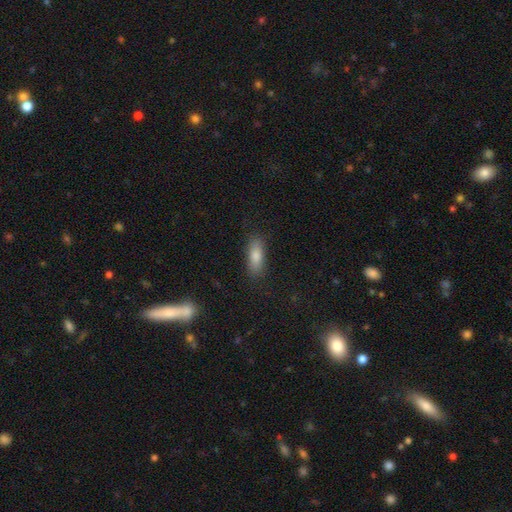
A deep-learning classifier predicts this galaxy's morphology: A smooth galaxy with no disk features (79%) that is in between round and cigar-shaped (61%).

Vote fractions:
- Smooth or featured? smooth: 79% / featured or disk: 13% / star or artifact: 8%
- How rounded? in between: 61% / cigar-shaped: 36% / round: 3%
- Merging? none: 83% / minor disturbance: 11% / major disturbance: 3% / merger: 2%